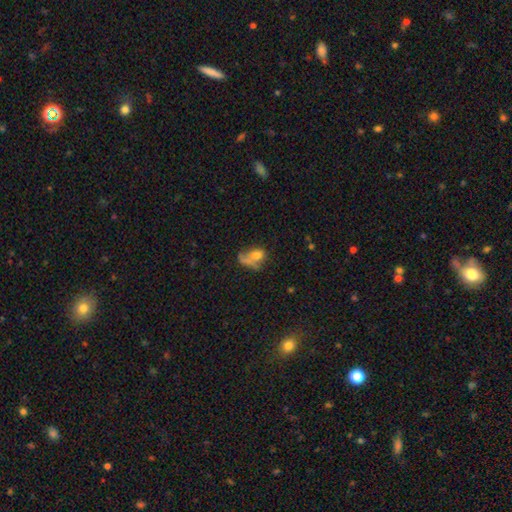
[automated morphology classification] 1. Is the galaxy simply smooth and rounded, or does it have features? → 66% smooth, 21% featured or disk, 13% star or artifact.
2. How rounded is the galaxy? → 63% in between, 33% round, 4% cigar-shaped.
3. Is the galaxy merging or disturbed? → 41% merger, 26% none, 19% major disturbance, 14% minor disturbance.